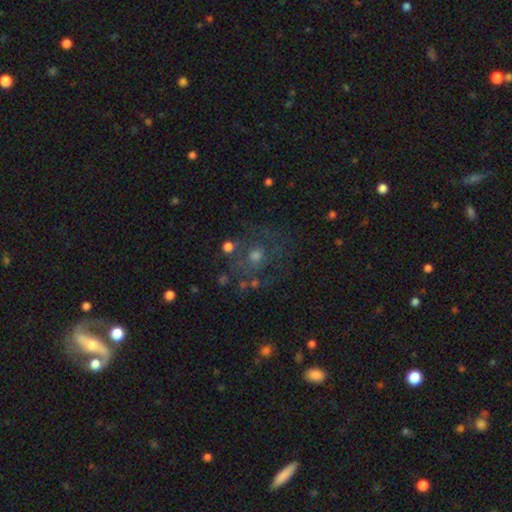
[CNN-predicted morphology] Smooth or featured: featured or disk — 40% (smooth — 36%)
Merging: none — 70% (minor disturbance — 14%)